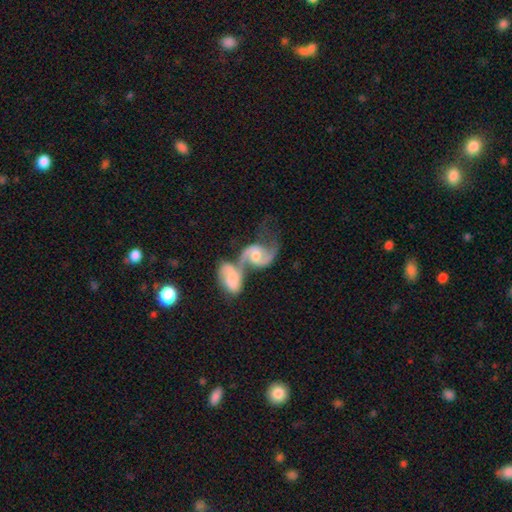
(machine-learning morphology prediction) Smooth or featured? Predicted: featured or disk (p=0.83). Edge-on disk? Predicted: no (p=0.97). Bar? Predicted: no (p=0.47). Spiral arms? Predicted: yes (p=0.94). Spiral winding? Predicted: loose (p=0.46). Spiral arm count? Predicted: 2 (p=0.88). Bulge size? Predicted: moderate (p=0.59). Merging? Predicted: merger (p=0.68).